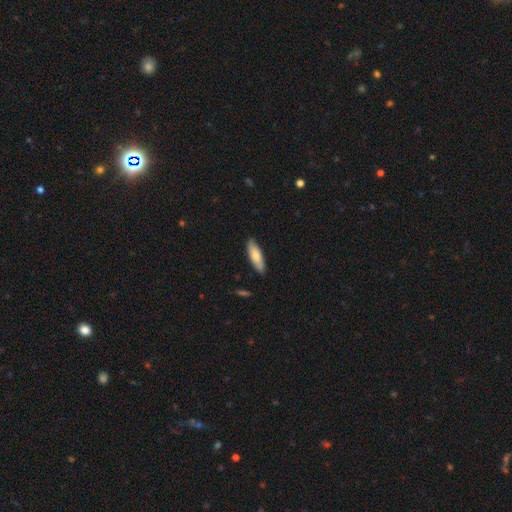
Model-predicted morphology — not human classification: This appears to be a smooth galaxy with no disk features (72%) that is cigar-shaped (52%). Merging: none (86%).